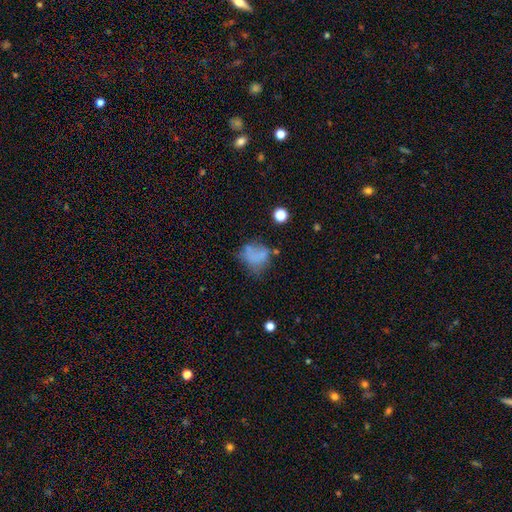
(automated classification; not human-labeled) This is likely a smooth galaxy (64%). How rounded: possibly in between (55%). Merging: marginally none (35%).